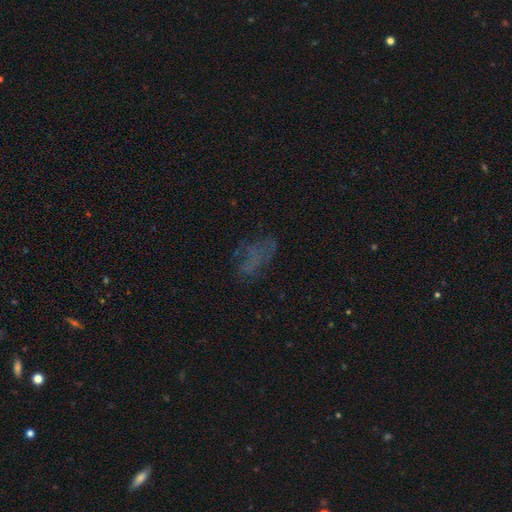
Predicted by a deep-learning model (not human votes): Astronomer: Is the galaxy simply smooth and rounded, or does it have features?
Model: smooth — 37% (runner-up: featured or disk, 32%).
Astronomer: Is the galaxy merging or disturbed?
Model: none — 58%.